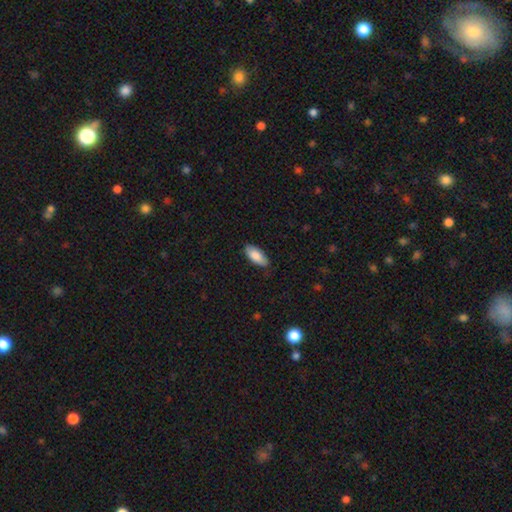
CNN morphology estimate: smooth 84%, featured or disk 10%, star or artifact 6%. Down the decision tree: how rounded — in between (86%); merging — none (82%).